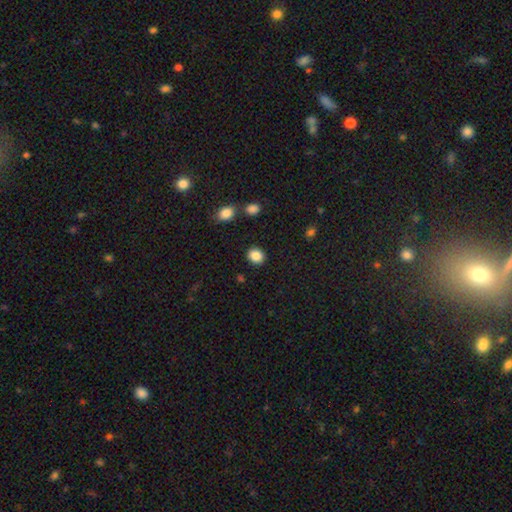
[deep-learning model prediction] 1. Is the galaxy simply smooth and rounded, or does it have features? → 86% smooth, 10% star or artifact, 4% featured or disk.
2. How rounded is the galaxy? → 73% round, 27% in between, 1% cigar-shaped.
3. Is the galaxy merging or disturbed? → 89% none, 7% minor disturbance, 2% major disturbance, 2% merger.